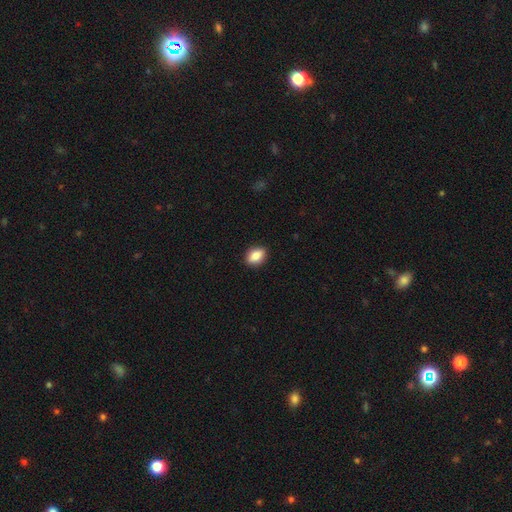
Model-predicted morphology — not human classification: smooth-or-featured: smooth: 84% | featured or disk: 9% | star or artifact: 8%
  how-rounded: in between: 79% | round: 18% | cigar-shaped: 3%
  merging: none: 88% | minor disturbance: 9% | major disturbance: 2% | merger: 1%